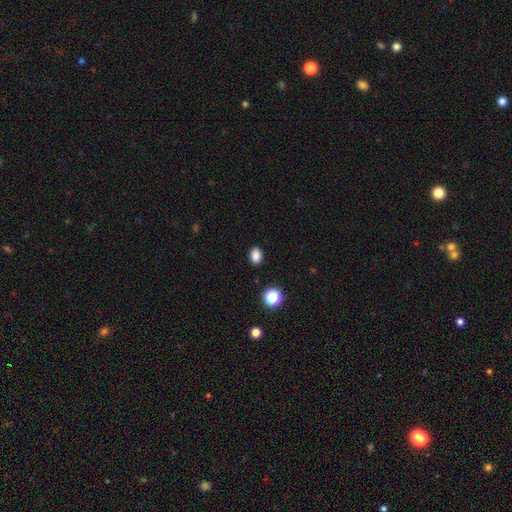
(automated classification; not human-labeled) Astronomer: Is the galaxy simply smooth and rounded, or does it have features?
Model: smooth — 86%.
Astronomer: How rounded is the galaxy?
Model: in between — 70%.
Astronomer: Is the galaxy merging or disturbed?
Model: none — 89%.